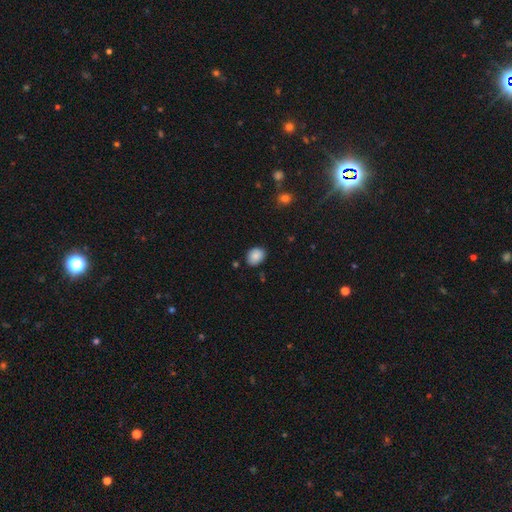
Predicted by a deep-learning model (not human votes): Smooth or featured? smooth (88%)
How rounded? in between (55%)
Merging? none (85%)